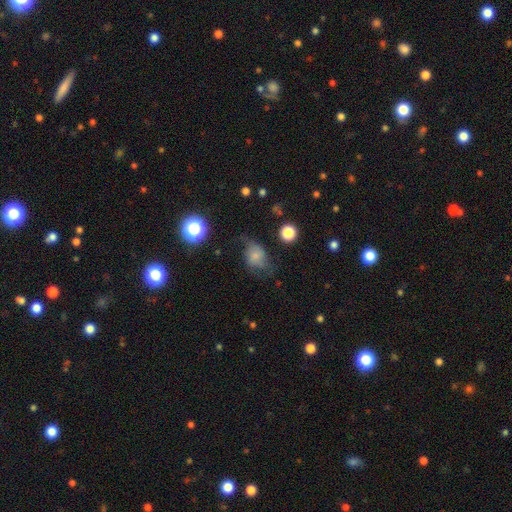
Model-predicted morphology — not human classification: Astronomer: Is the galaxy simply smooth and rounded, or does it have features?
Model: smooth — 61%.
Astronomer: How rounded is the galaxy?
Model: in between — 59% (runner-up: round, 39%).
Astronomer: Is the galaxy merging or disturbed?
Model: none — 43% (runner-up: minor disturbance, 32%).